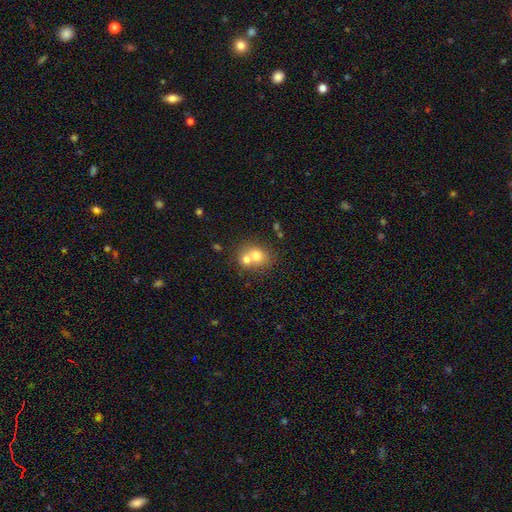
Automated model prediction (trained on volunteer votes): Smooth or featured: smooth — 70% (featured or disk — 19%)
How rounded: round — 69% (in between — 30%)
Merging: merger — 59% (none — 32%)